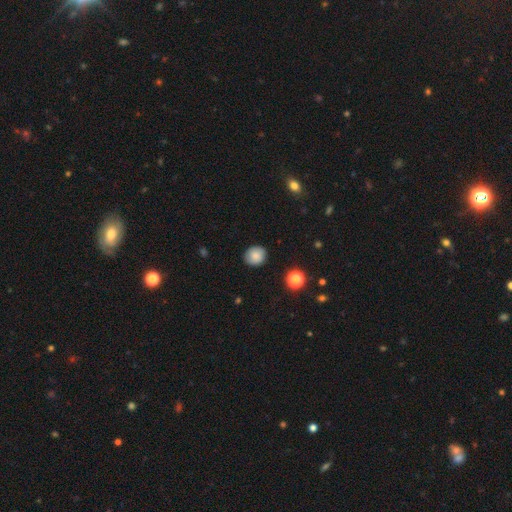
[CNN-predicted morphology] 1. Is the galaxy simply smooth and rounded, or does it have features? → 83% smooth, 9% star or artifact, 8% featured or disk.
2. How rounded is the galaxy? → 81% round, 18% in between, 1% cigar-shaped.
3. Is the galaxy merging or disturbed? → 87% none, 10% minor disturbance, 2% major disturbance, 1% merger.